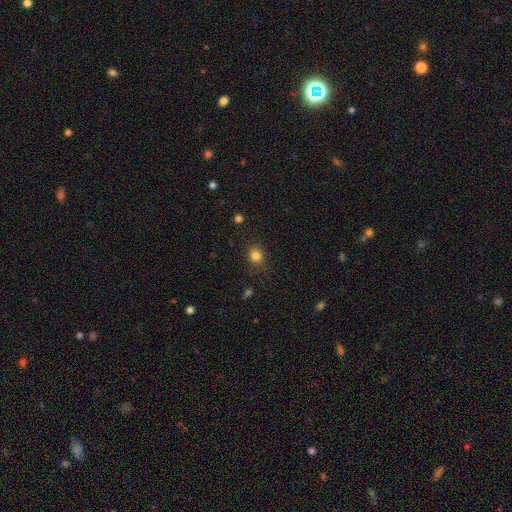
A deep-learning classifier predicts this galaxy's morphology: Smooth or featured? Predicted: smooth (p=0.83). How rounded? Predicted: round (p=0.80). Merging? Predicted: none (p=0.85).